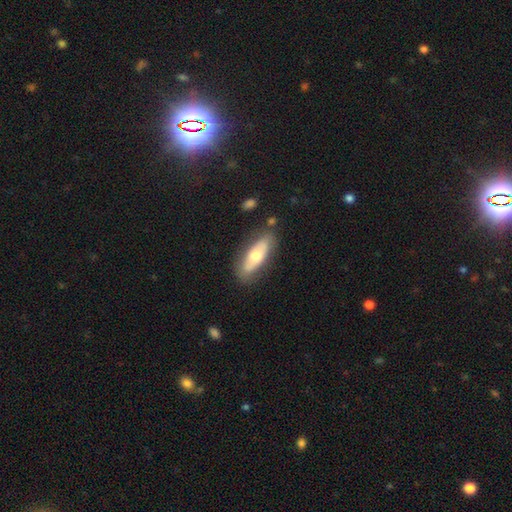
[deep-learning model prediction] Smooth or featured? Predicted: smooth (p=0.52). How rounded? Predicted: in between (p=0.67). Merging? Predicted: none (p=0.78).